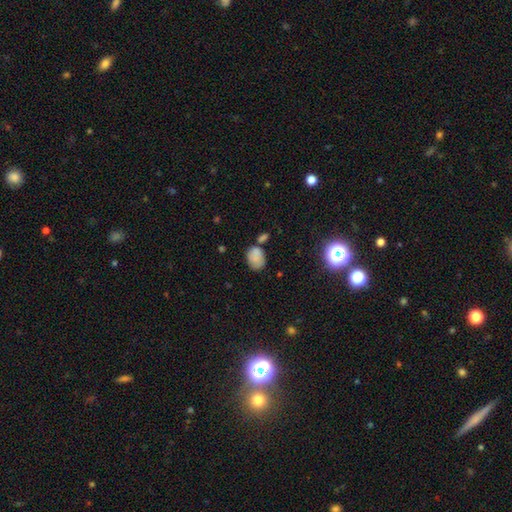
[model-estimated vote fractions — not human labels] Q: Smooth or featured?
A: smooth (80%); runner-up: star or artifact (11%)
Q: How rounded?
A: in between (73%); runner-up: round (26%)
Q: Merging?
A: none (53%); runner-up: minor disturbance (24%)